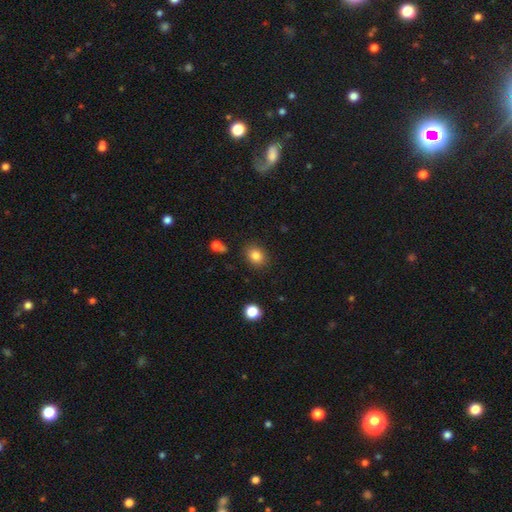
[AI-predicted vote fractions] Smooth or featured?
  - smooth: 83% *
  - star or artifact: 11%
  - featured or disk: 6%
How rounded?
  - in between: 52% *
  - round: 47%
  - cigar-shaped: 1%
Merging?
  - none: 86% *
  - minor disturbance: 10%
  - major disturbance: 3%
  - merger: 2%